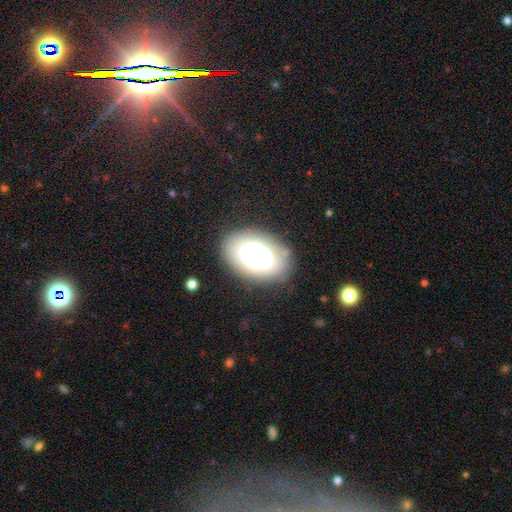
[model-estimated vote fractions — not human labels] A smooth galaxy with no disk features (69%) that is in between round and cigar-shaped (82%). Merging: none (78%).